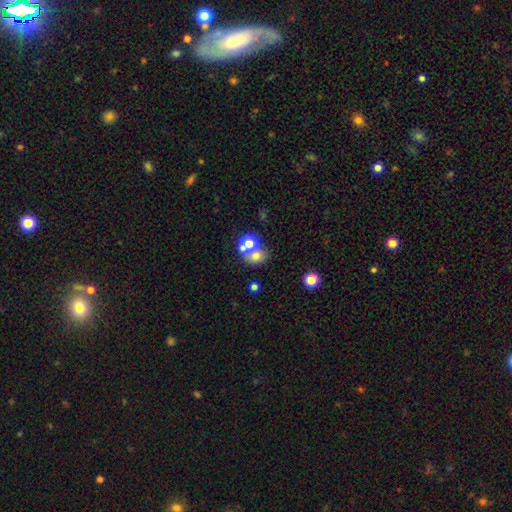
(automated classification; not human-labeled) smooth 67%, featured or disk 17%, star or artifact 16%. Down the decision tree: how rounded — round (62%); merging — merger (47%).